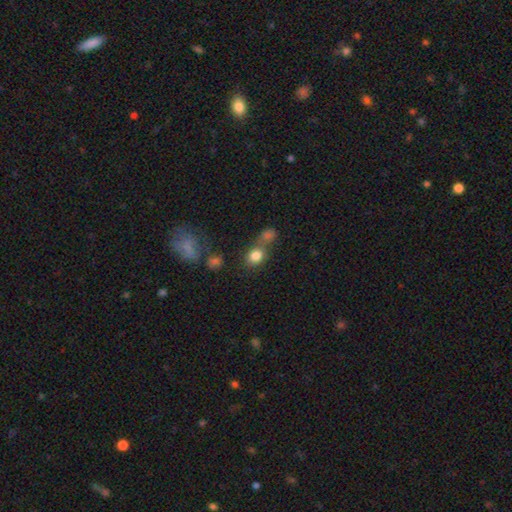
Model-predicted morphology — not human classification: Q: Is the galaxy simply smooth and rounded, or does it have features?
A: smooth — 79%.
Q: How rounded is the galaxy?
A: round — 62%.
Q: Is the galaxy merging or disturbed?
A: none — 47%.